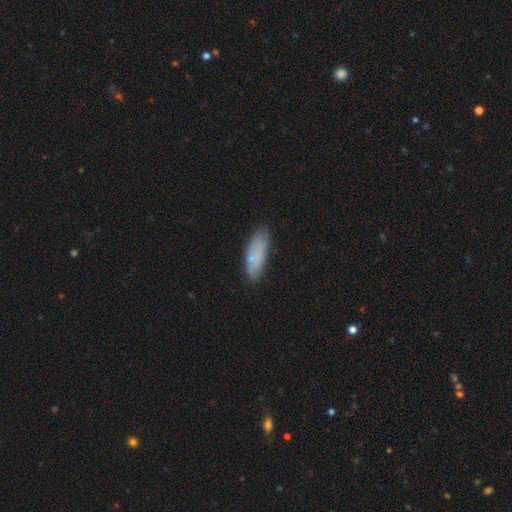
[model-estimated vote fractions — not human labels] The model was most divided on "how rounded": in between: 62%, cigar-shaped: 36%, round: 2%. More confident: smooth or featured — smooth (78%); merging — none (73%).